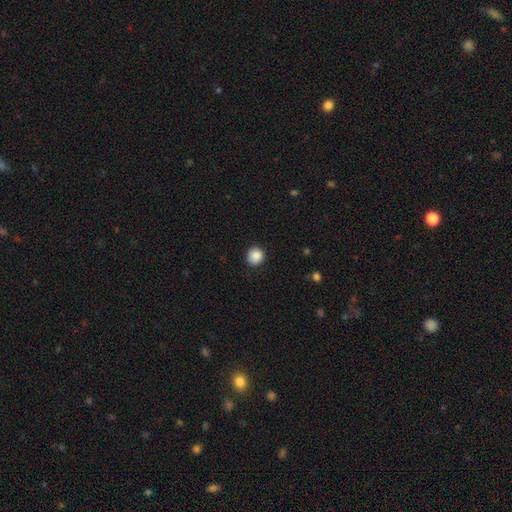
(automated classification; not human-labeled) Q: Smooth or featured?
A: smooth (88%); runner-up: star or artifact (9%)
Q: How rounded?
A: round (93%); runner-up: in between (6%)
Q: Merging?
A: none (90%); runner-up: minor disturbance (7%)